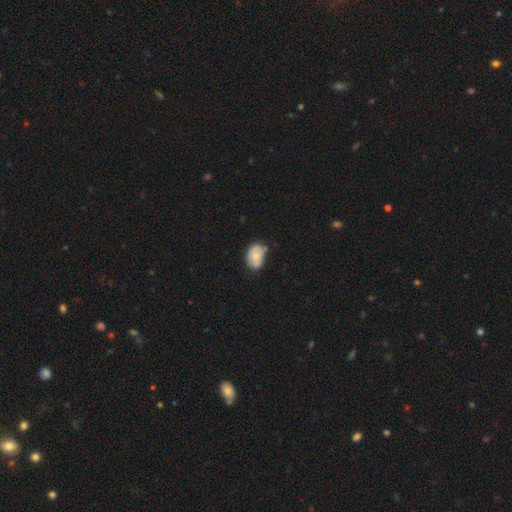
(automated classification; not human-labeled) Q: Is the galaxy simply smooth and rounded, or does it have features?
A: smooth — 64%.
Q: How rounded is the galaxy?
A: in between — 75%.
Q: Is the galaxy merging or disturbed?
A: none — 50%.